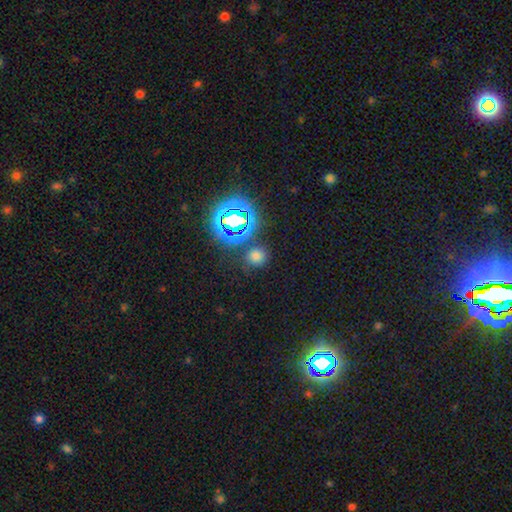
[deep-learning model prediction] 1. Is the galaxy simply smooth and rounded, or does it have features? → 63% smooth, 31% star or artifact, 6% featured or disk.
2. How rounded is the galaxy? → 85% round, 14% in between, 1% cigar-shaped.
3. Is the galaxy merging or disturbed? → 84% none, 9% minor disturbance, 4% merger, 4% major disturbance.